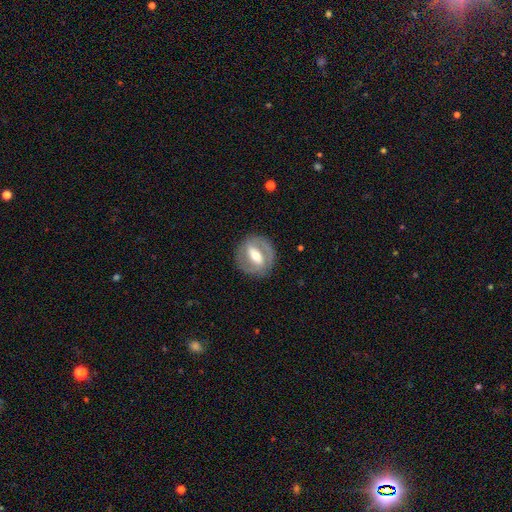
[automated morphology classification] Smooth or featured? Predicted: featured or disk (p=0.73). Edge-on disk? Predicted: no (p=0.92). Bar? Predicted: strong (p=0.58). Spiral arms? Predicted: yes (p=0.59). Bulge size? Predicted: moderate (p=0.65). Merging? Predicted: none (p=0.83).